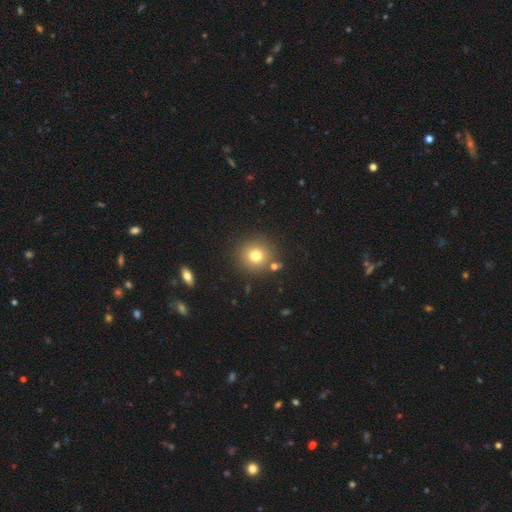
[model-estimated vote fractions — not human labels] Overall: smooth (75%). How rounded: round (93%). Merging: none (85%).